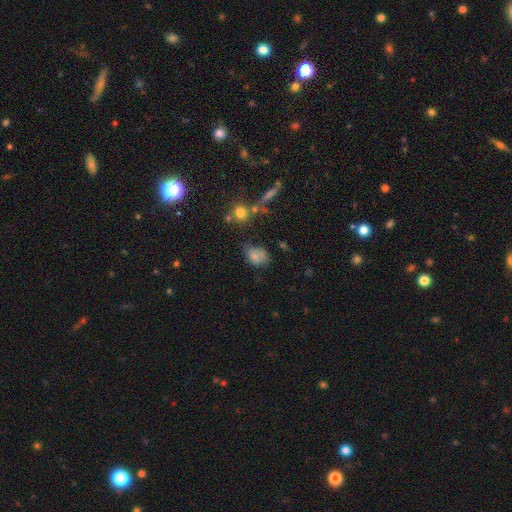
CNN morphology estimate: smooth_or_featured: smooth (p=0.76) [alt: star or artifact p=0.13]
how_rounded: in between (p=0.60) [alt: round p=0.38]
merging: none (p=0.47) [alt: minor disturbance p=0.35]